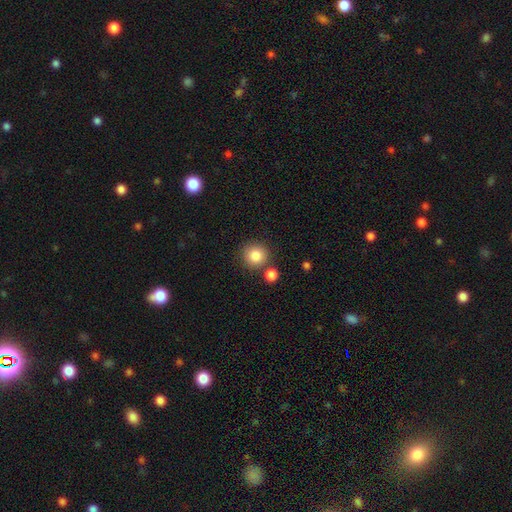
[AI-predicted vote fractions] A smooth galaxy with no disk features (85%) that is round (93%). Merging: none (79%).